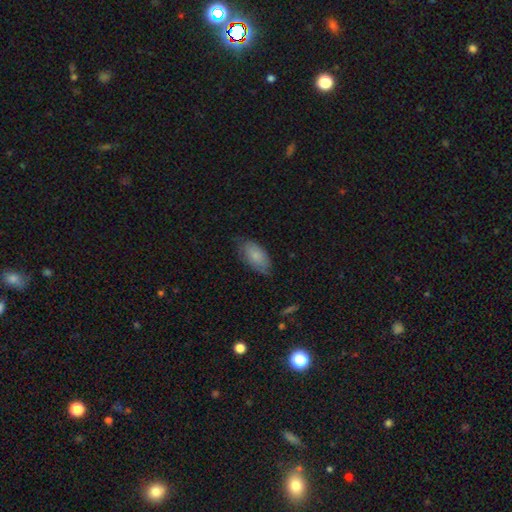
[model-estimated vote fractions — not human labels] Smooth or featured? Predicted: smooth (p=0.81). How rounded? Predicted: in between (p=0.92). Merging? Predicted: none (p=0.68).